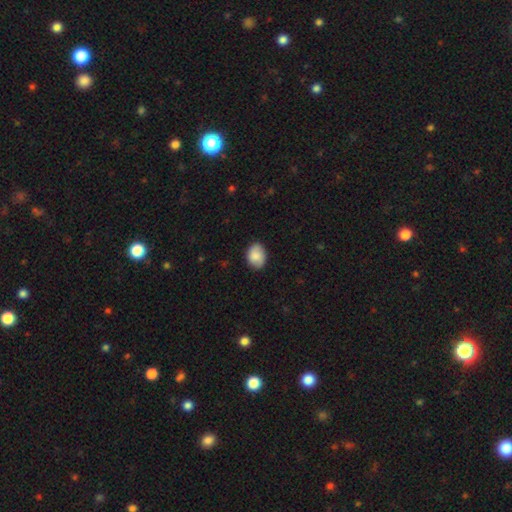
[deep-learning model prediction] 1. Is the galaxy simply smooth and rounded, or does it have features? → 83% smooth, 10% featured or disk, 7% star or artifact.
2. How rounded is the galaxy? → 71% in between, 28% round, 1% cigar-shaped.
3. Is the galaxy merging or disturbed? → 83% none, 14% minor disturbance, 3% major disturbance, 1% merger.